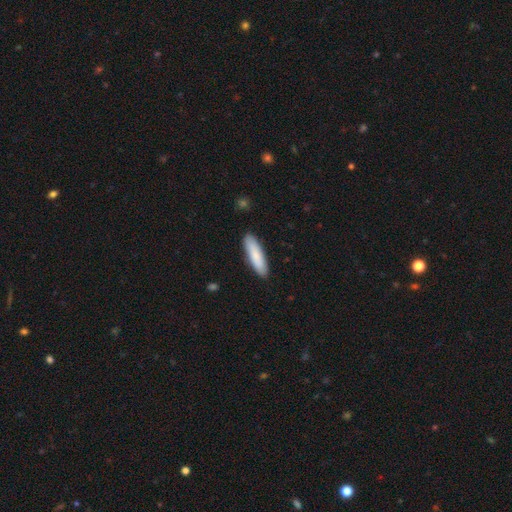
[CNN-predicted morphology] type=smooth (83%); roundness=cigar-shaped (67%); merging=none (89%).